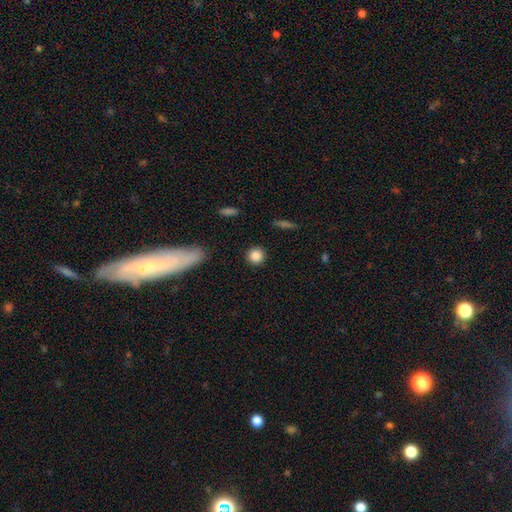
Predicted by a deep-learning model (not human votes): Overall: smooth (85%). How rounded: round (93%). Merging: none (91%).